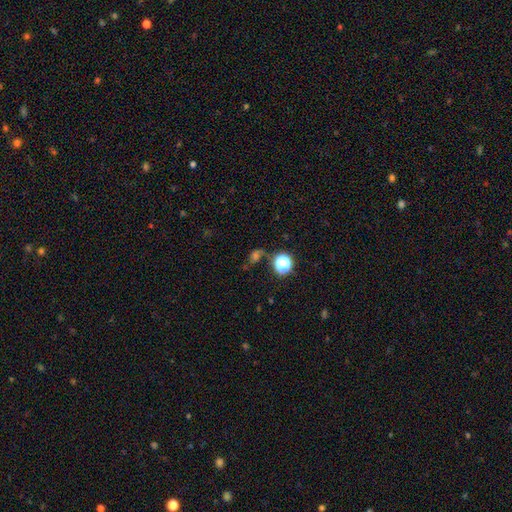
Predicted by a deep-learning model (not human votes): Smooth or featured? star or artifact (44%)